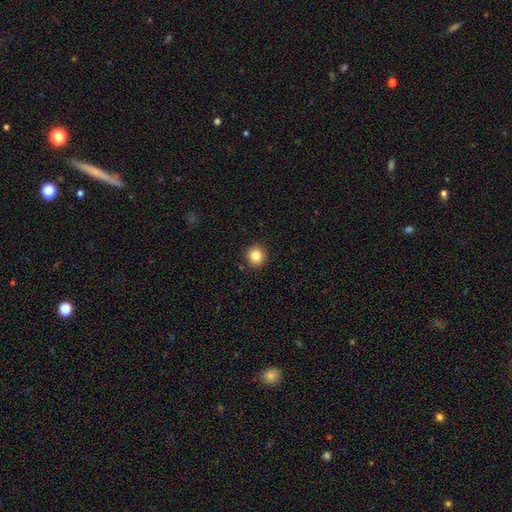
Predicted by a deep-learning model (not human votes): Smooth or featured: smooth — 84% (star or artifact — 11%)
How rounded: round — 93% (in between — 6%)
Merging: none — 92% (minor disturbance — 5%)